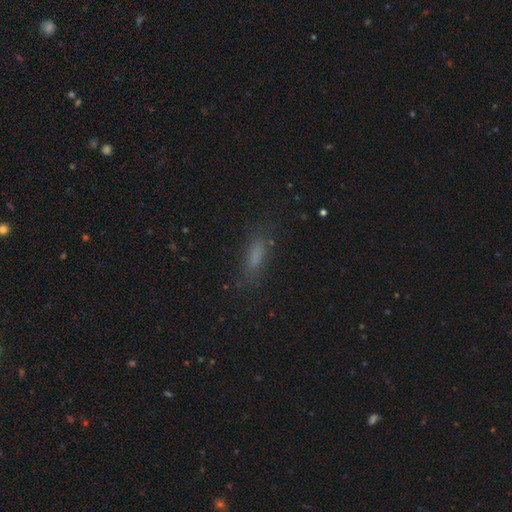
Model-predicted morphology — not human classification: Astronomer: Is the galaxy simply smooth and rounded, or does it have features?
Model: smooth — 70%.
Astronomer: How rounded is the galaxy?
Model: cigar-shaped — 53% (runner-up: in between, 44%).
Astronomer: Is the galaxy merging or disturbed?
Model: none — 77%.